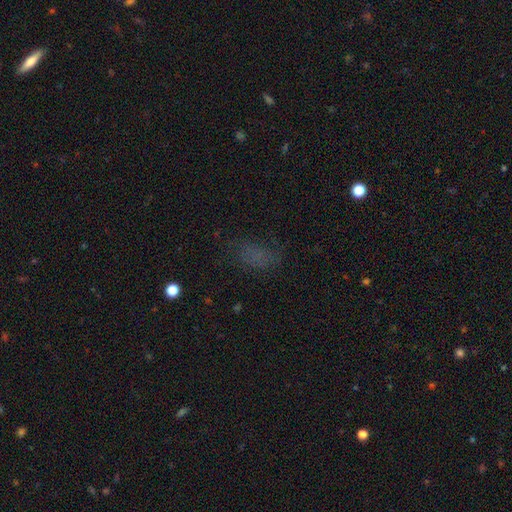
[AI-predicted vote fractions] This is likely a smooth galaxy (63%). How rounded: clearly in between (84%). Merging: likely none (62%).